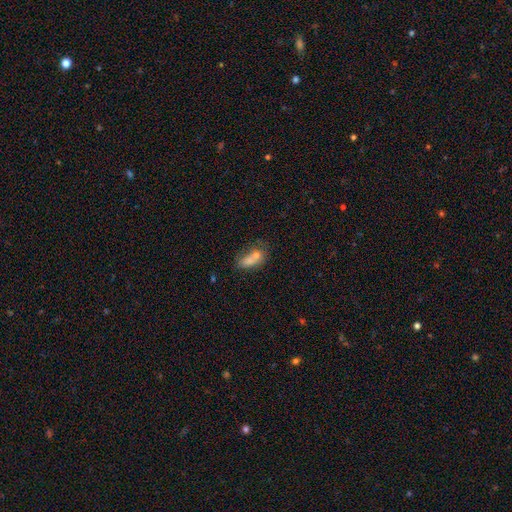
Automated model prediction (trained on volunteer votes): The model was most divided on "smooth or featured": smooth: 56%, star or artifact: 23%, featured or disk: 22%. More confident: how rounded — in between (78%); merging — none (58%).